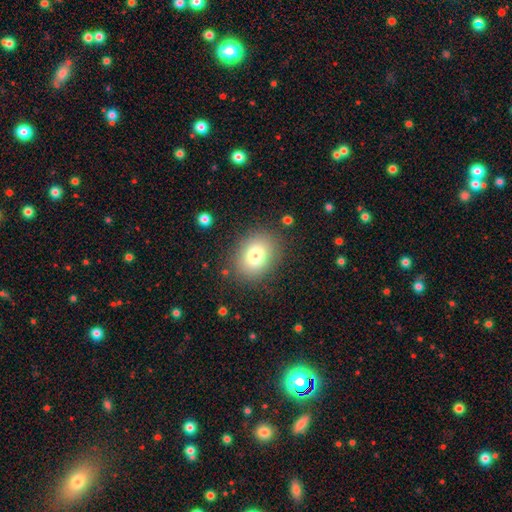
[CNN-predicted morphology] This appears to be a smooth galaxy with no disk features (78%) that is round (52%). Merging: none (85%).